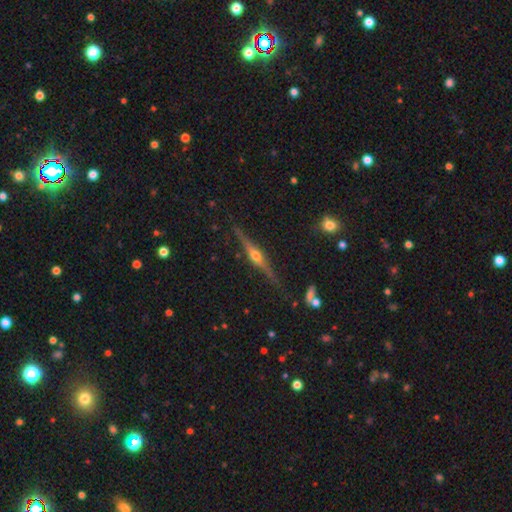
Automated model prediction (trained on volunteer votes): This appears to be a featured or disk galaxy (82%) viewed edge-on (97%) with a rounded central bulge (92%). Merging: none (86%).